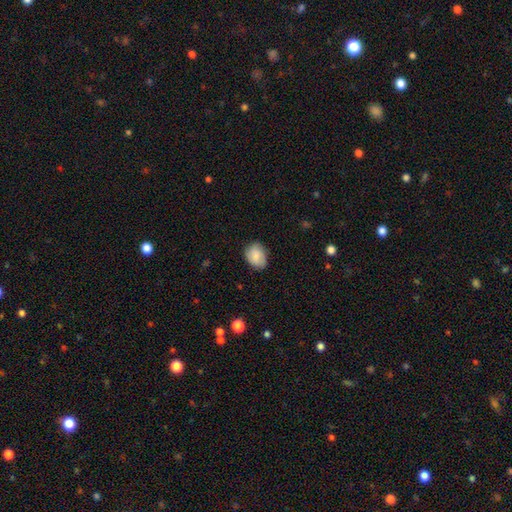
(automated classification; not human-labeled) smooth_or_featured: smooth (p=0.82) [alt: featured or disk p=0.11]
how_rounded: in between (p=0.61) [alt: round p=0.38]
merging: none (p=0.74) [alt: minor disturbance p=0.21]